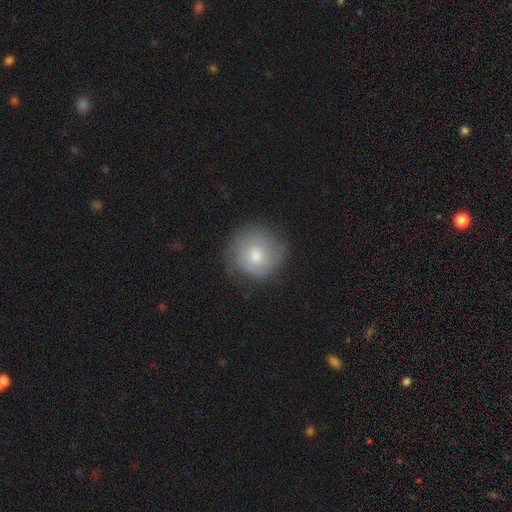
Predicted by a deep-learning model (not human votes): smooth_or_featured: smooth (p=0.49) [alt: featured or disk p=0.42]
merging: none (p=0.77) [alt: minor disturbance p=0.16]